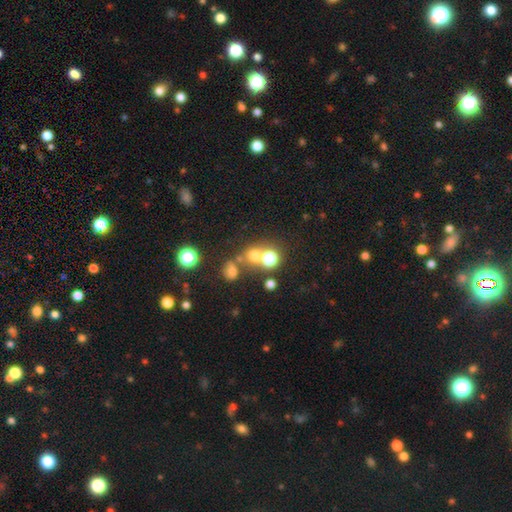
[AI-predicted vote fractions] Smooth or featured: smooth — 63% (star or artifact — 25%)
How rounded: round — 79% (in between — 20%)
Merging: none — 51% (merger — 36%)